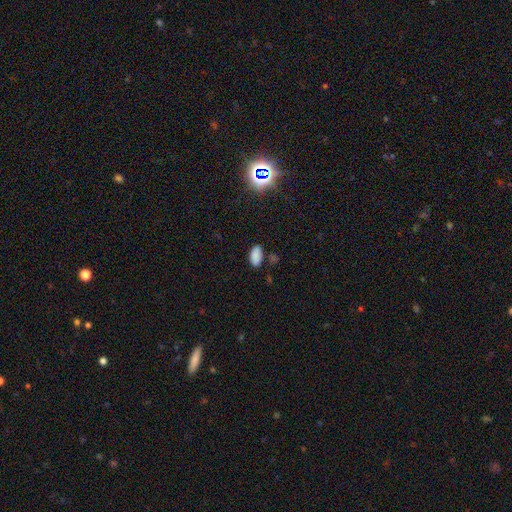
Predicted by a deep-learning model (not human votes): smooth 84%, star or artifact 12%, featured or disk 5%. Down the decision tree: how rounded — in between (94%); merging — none (75%).